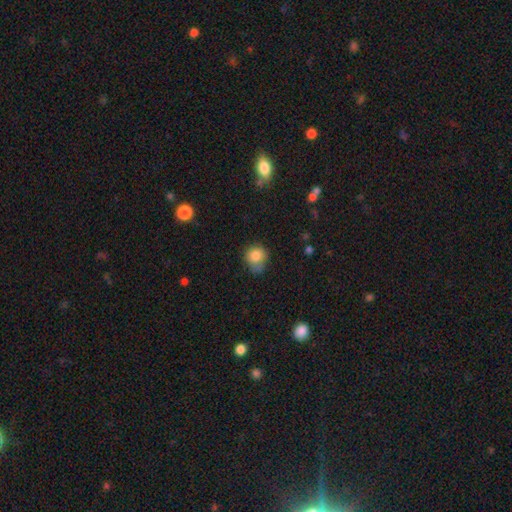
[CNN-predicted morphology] Overall: smooth (83%). How rounded: round (78%). Merging: none (52%; minor disturbance 34%).